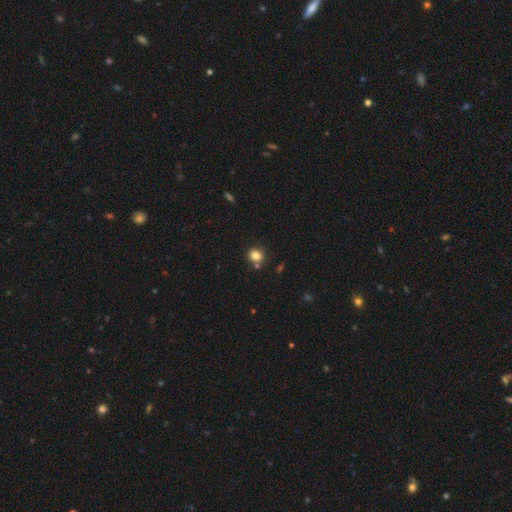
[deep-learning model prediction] This appears to be a smooth galaxy with no disk features (81%) that is round (72%). Merging: none (71%).